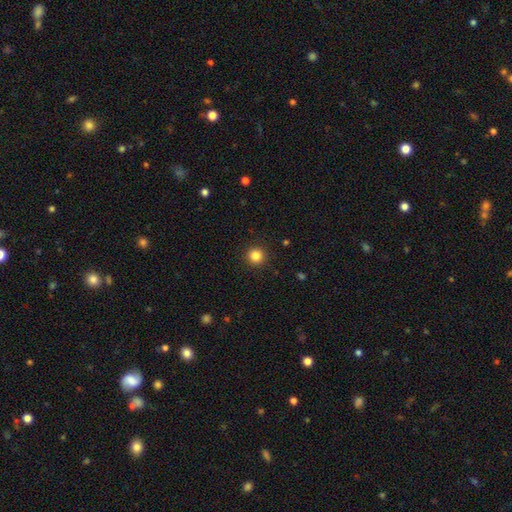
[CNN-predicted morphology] Smooth or featured?
  - smooth: 85% *
  - star or artifact: 12%
  - featured or disk: 4%
How rounded?
  - round: 95% *
  - in between: 4%
  - cigar-shaped: 1%
Merging?
  - none: 92% *
  - minor disturbance: 5%
  - major disturbance: 2%
  - merger: 1%